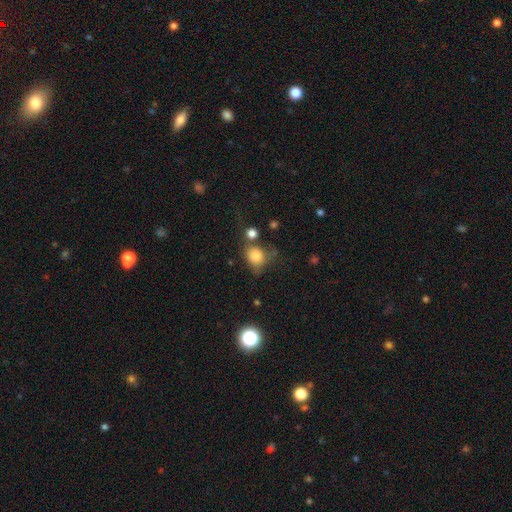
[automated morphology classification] Smooth or featured? Predicted: smooth (p=0.81). How rounded? Predicted: round (p=0.65). Merging? Predicted: none (p=0.50).